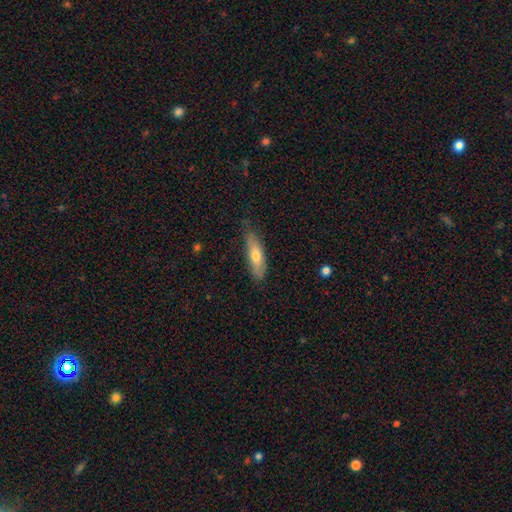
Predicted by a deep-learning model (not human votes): Morphology: type=smooth (64%); roundness=cigar-shaped (61%); merging=none (71%).